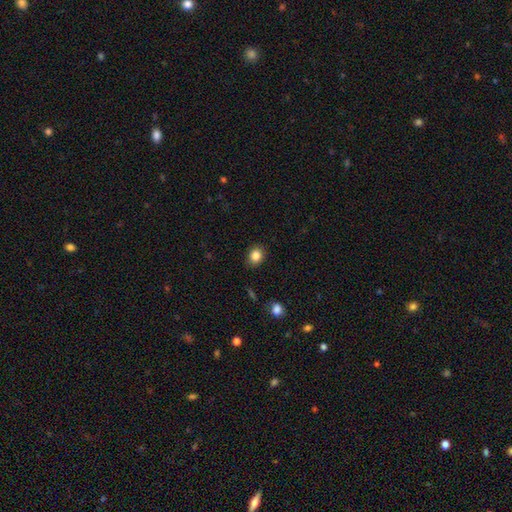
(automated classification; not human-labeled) This is clearly a smooth galaxy (85%). How rounded: possibly round (58%). Merging: clearly none (87%).